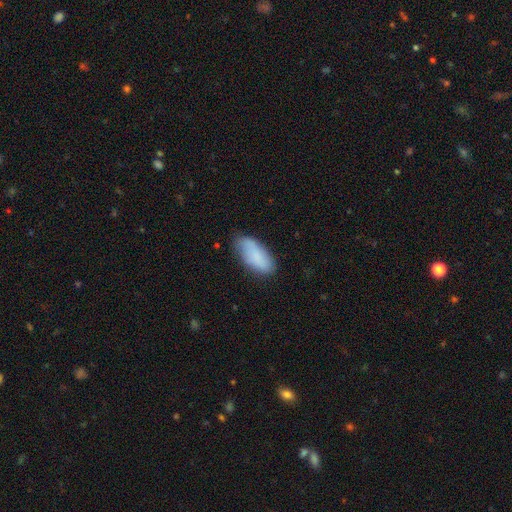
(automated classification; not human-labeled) This is clearly a smooth galaxy (81%). How rounded: clearly in between (86%). Merging: likely none (73%).